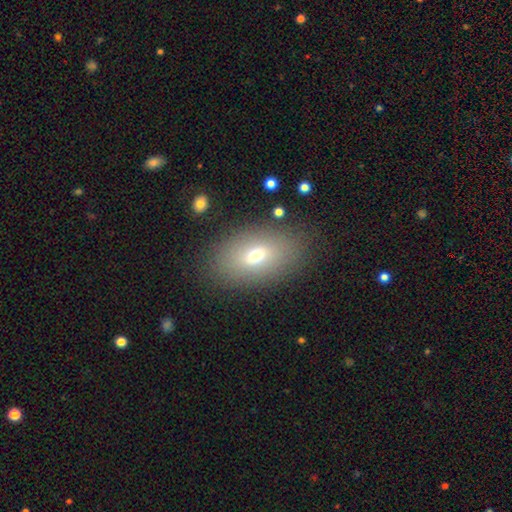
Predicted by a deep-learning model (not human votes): This is likely a smooth galaxy (66%). How rounded: clearly in between (88%). Merging: clearly none (83%).